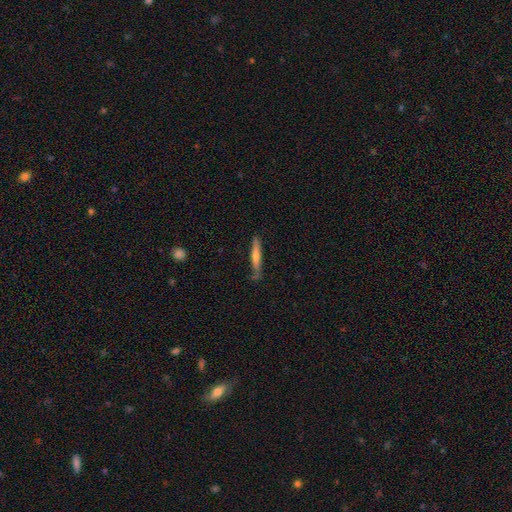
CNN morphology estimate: smooth_or_featured: featured or disk (p=0.51) [alt: smooth p=0.43]
disk_edge_on: yes (p=0.95) [alt: no p=0.05]
merging: none (p=0.82) [alt: minor disturbance p=0.14]